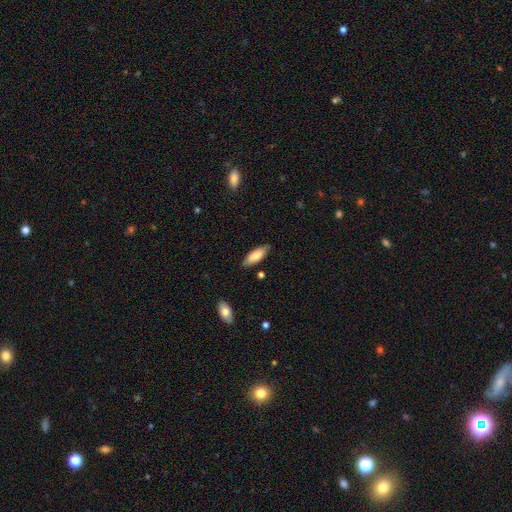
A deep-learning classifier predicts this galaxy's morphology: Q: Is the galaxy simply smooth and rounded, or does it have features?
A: smooth — 83%.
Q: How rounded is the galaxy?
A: in between — 70%.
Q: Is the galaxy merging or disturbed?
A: none — 84%.